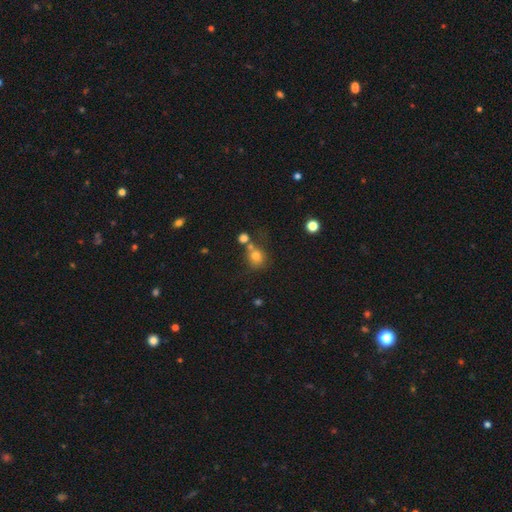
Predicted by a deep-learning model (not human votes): Smooth or featured? Predicted: smooth (p=0.75). How rounded? Predicted: round (p=0.81). Merging? Predicted: none (p=0.54).